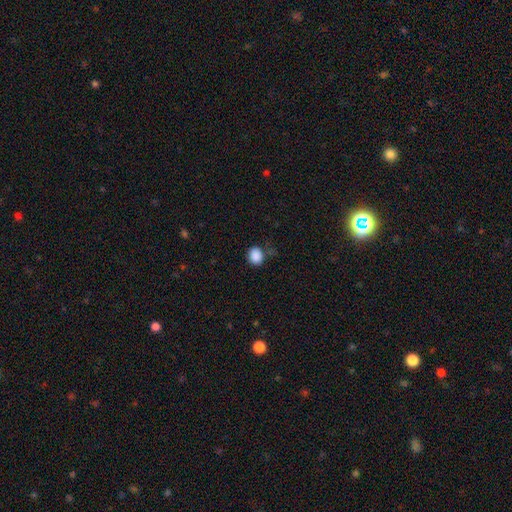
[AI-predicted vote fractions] A smooth galaxy with no disk features (88%) that is round (63%).

Vote fractions:
- Smooth or featured? smooth: 88% / star or artifact: 9% / featured or disk: 3%
- How rounded? round: 63% / in between: 36% / cigar-shaped: 1%
- Merging? none: 74% / minor disturbance: 17% / major disturbance: 5% / merger: 3%